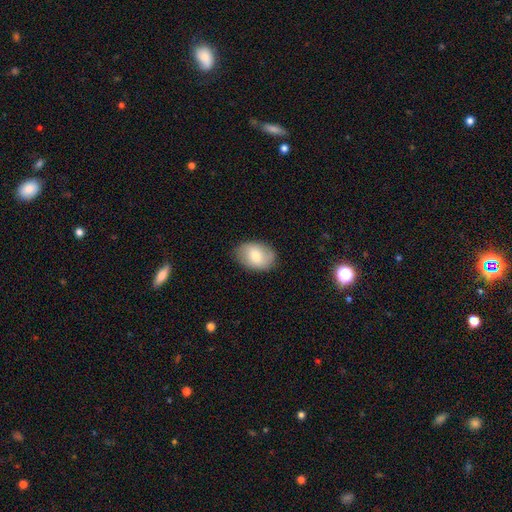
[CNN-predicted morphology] Smooth or featured? Predicted: smooth (p=0.68). How rounded? Predicted: in between (p=0.80). Merging? Predicted: none (p=0.83).